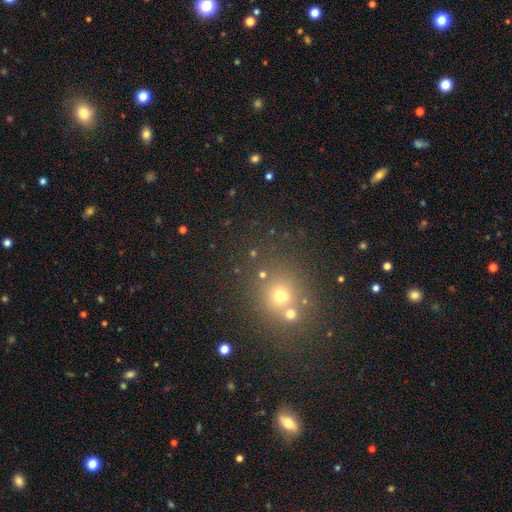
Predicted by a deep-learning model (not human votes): Morphology: type=smooth (52%); roundness=round (81%); merging=none (65%).